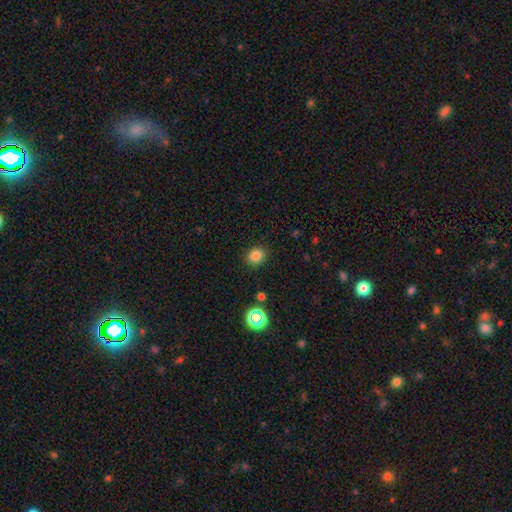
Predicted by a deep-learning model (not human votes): The model was most divided on "how rounded": round: 70%, in between: 29%, cigar-shaped: 1%. More confident: merging — none (88%); smooth or featured — smooth (80%).